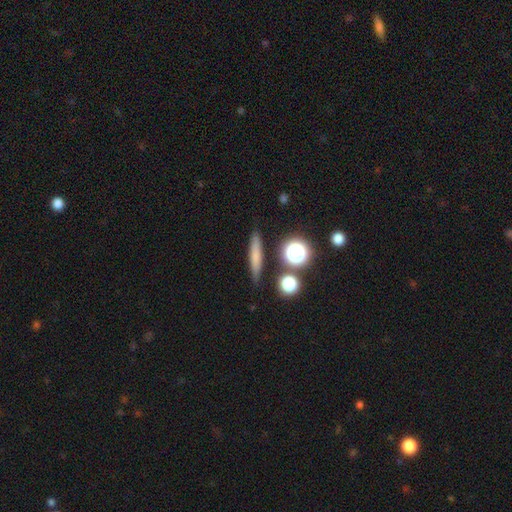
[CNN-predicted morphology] Smooth or featured: smooth — 65% (featured or disk — 24%)
How rounded: cigar-shaped — 78% (round — 12%)
Merging: none — 85% (minor disturbance — 9%)